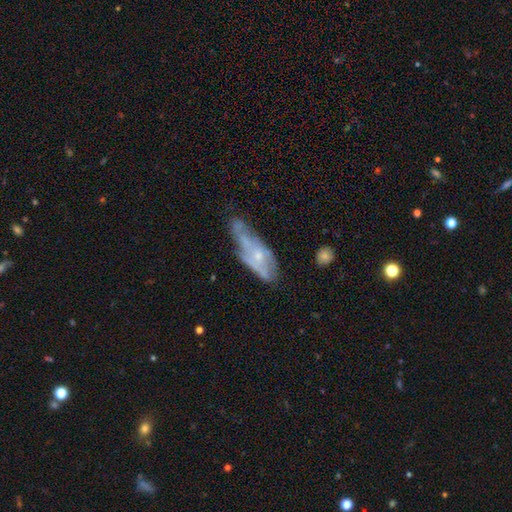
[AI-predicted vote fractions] The model was most divided on "merging": none: 45%, minor disturbance: 32%, major disturbance: 18%, merger: 5%. More confident: edge-on disk — no (77%); smooth or featured — featured or disk (62%).